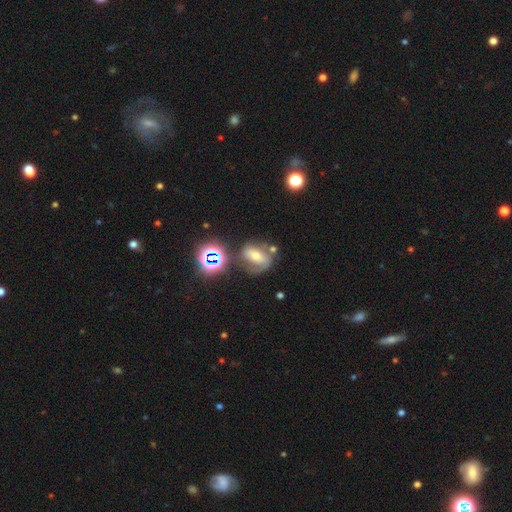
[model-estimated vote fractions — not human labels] Smooth or featured? featured or disk (52%)
Edge-on disk? no (94%)
Merging? none (53%)